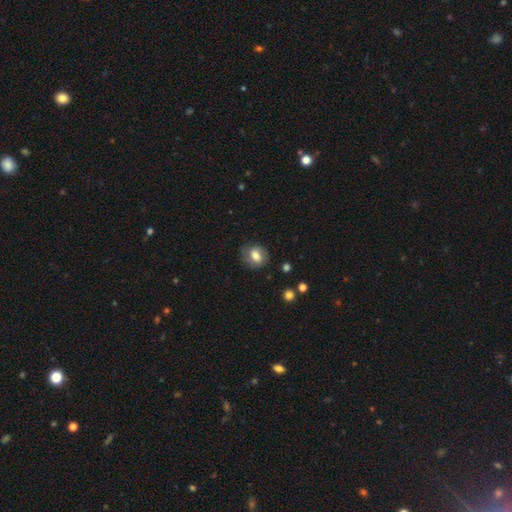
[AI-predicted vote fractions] A smooth galaxy with no disk features (58%) that is round (51%).

Vote fractions:
- Smooth or featured? smooth: 58% / featured or disk: 33% / star or artifact: 8%
- How rounded? round: 51% / in between: 48% / cigar-shaped: 1%
- Merging? none: 70% / minor disturbance: 20% / major disturbance: 8% / merger: 2%